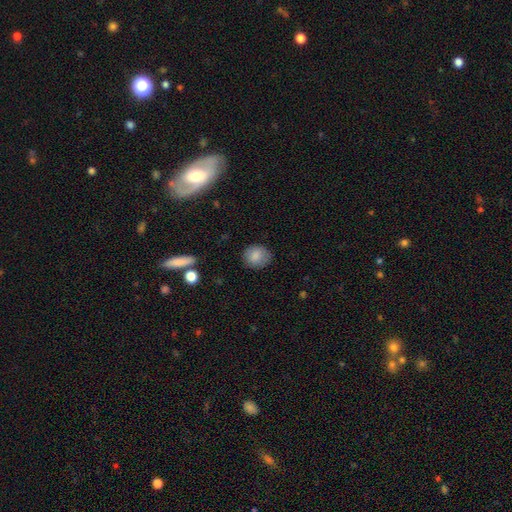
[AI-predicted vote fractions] smooth_or_featured: smooth (p=0.84) [alt: star or artifact p=0.09]
how_rounded: round (p=0.72) [alt: in between p=0.27]
merging: none (p=0.82) [alt: minor disturbance p=0.13]